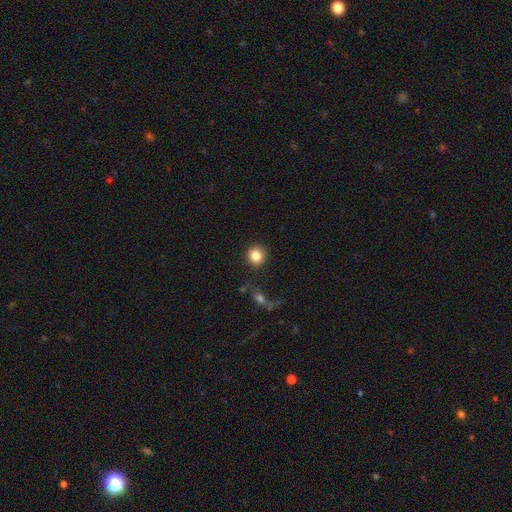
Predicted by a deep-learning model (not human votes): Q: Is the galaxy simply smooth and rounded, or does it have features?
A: smooth — 84%.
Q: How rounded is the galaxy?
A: round — 89%.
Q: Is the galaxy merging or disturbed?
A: none — 86%.